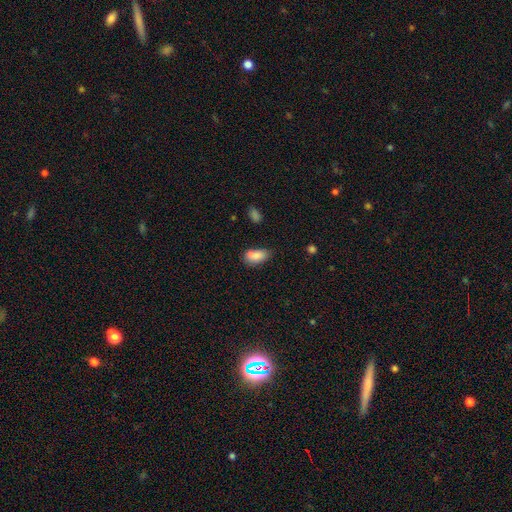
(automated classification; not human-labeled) Overall: smooth (86%). How rounded: in between (91%). Merging: none (56%; minor disturbance 31%).